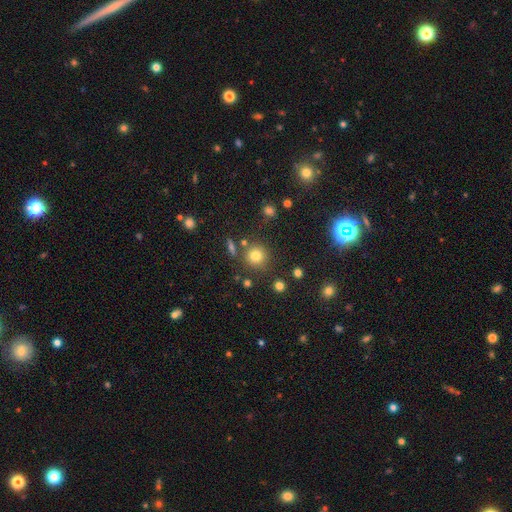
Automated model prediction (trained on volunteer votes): Smooth or featured?
  - smooth: 78% *
  - star or artifact: 15%
  - featured or disk: 8%
How rounded?
  - round: 92% *
  - in between: 7%
  - cigar-shaped: 1%
Merging?
  - none: 81% *
  - minor disturbance: 9%
  - merger: 6%
  - major disturbance: 3%